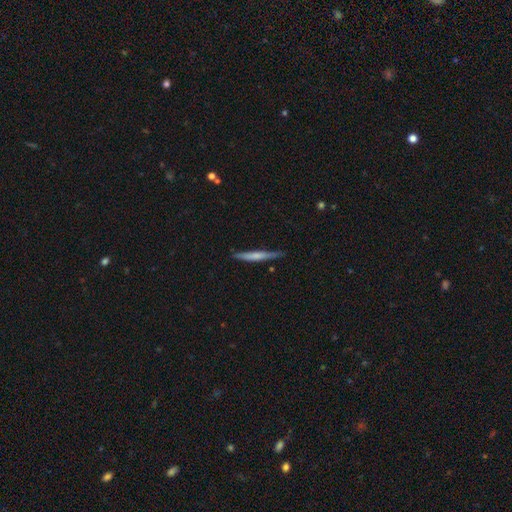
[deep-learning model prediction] Smooth or featured? Predicted: smooth (p=0.58). How rounded? Predicted: cigar-shaped (p=0.95). Merging? Predicted: none (p=0.81).